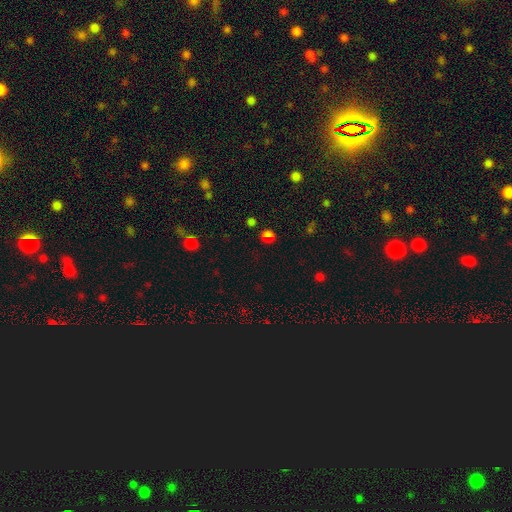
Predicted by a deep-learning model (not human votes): Smooth or featured? smooth (49%)
Merging? none (73%)